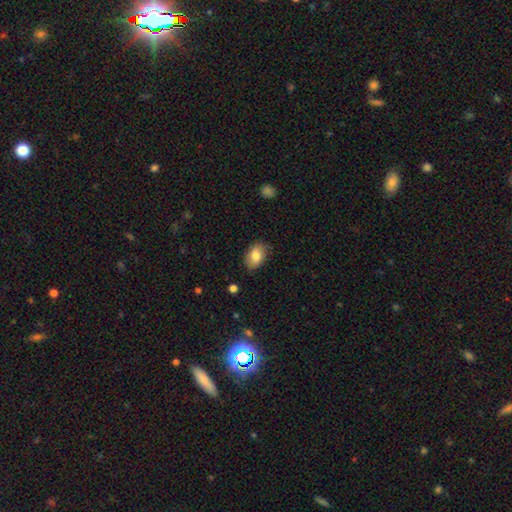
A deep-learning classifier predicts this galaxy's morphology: type=smooth (81%); roundness=in between (85%); merging=none (78%).